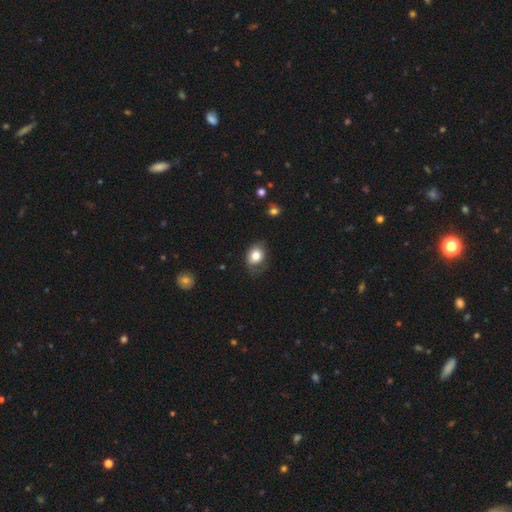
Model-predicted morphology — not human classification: A smooth galaxy with no disk features (80%) that is in between round and cigar-shaped (61%).

Vote fractions:
- Smooth or featured? smooth: 80% / featured or disk: 12% / star or artifact: 8%
- How rounded? in between: 61% / round: 38% / cigar-shaped: 1%
- Merging? none: 66% / minor disturbance: 25% / major disturbance: 8% / merger: 1%